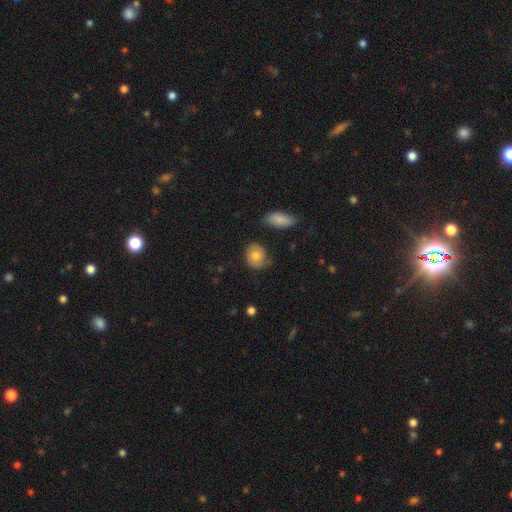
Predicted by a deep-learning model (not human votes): The model was most divided on "how rounded": round: 60%, in between: 39%, cigar-shaped: 1%. More confident: smooth or featured — smooth (75%); merging — none (65%).